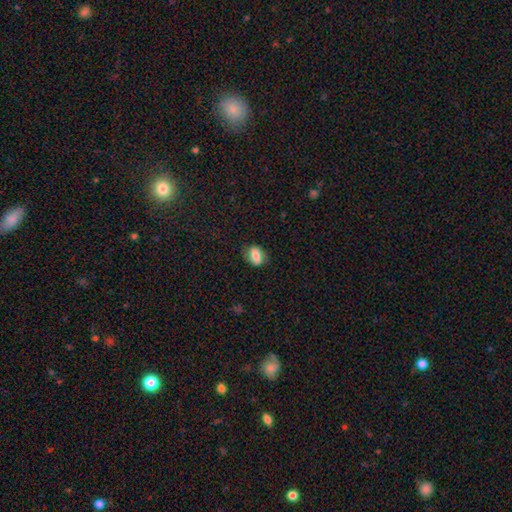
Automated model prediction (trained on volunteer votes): A smooth galaxy with no disk features (67%) that is in between round and cigar-shaped (80%). Merging: none (77%).